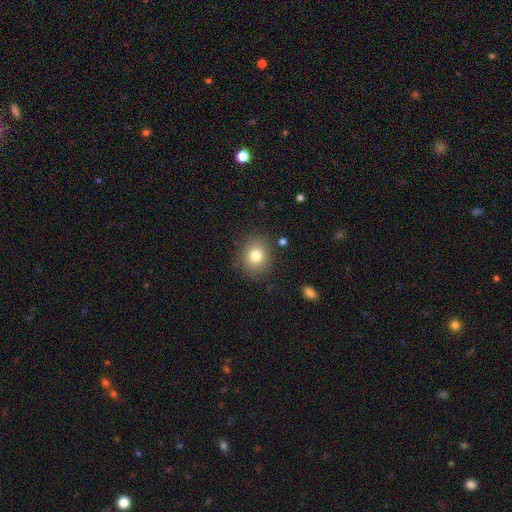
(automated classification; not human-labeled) A smooth galaxy with no disk features (80%) that is round (74%). Merging: none (86%).